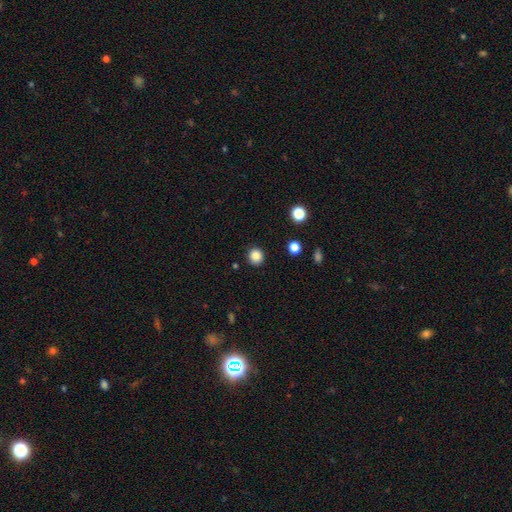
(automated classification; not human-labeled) Smooth or featured?
  - smooth: 86% *
  - star or artifact: 11%
  - featured or disk: 3%
How rounded?
  - round: 91% *
  - in between: 8%
  - cigar-shaped: 1%
Merging?
  - none: 90% *
  - minor disturbance: 6%
  - major disturbance: 2%
  - merger: 1%